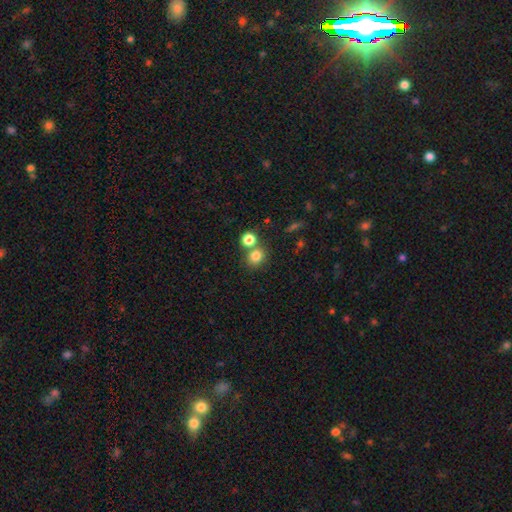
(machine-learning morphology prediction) Smooth or featured?
  - smooth: 79% *
  - star or artifact: 13%
  - featured or disk: 7%
How rounded?
  - round: 77% *
  - in between: 22%
  - cigar-shaped: 1%
Merging?
  - none: 60% *
  - merger: 28%
  - minor disturbance: 9%
  - major disturbance: 3%